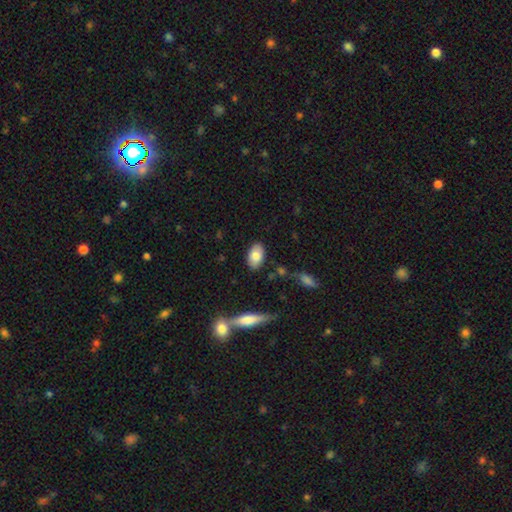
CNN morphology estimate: smooth_or_featured: smooth (p=0.78) [alt: featured or disk p=0.15]
how_rounded: in between (p=0.93) [alt: round p=0.05]
merging: none (p=0.85) [alt: minor disturbance p=0.10]